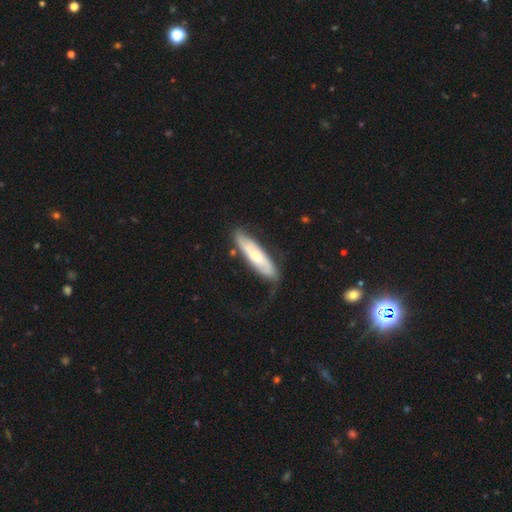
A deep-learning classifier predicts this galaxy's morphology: Q: Smooth or featured?
A: smooth (47%); tied with: featured or disk (47%)
Q: Merging?
A: none (62%); runner-up: minor disturbance (26%)